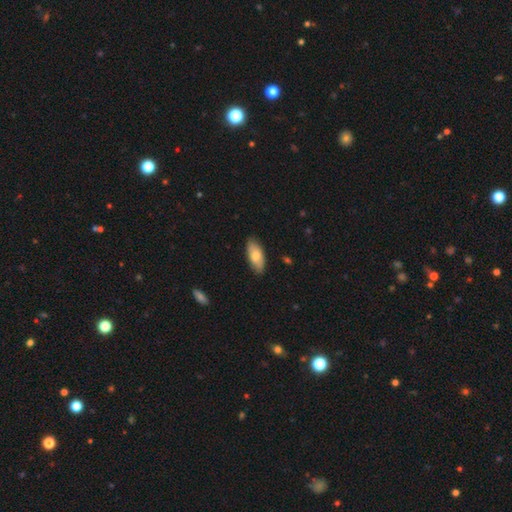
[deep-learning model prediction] Q: Smooth or featured?
A: smooth (72%); runner-up: featured or disk (22%)
Q: How rounded?
A: in between (88%); runner-up: cigar-shaped (10%)
Q: Merging?
A: none (83%); runner-up: minor disturbance (14%)